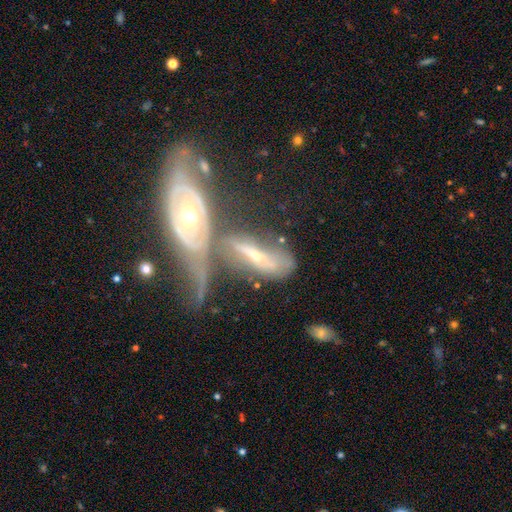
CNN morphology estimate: Smooth or featured? Predicted: featured or disk (p=0.73). Edge-on disk? Predicted: no (p=0.71). Bar? Predicted: no (p=0.53). Spiral arms? Predicted: yes (p=0.62). Bulge size? Predicted: moderate (p=0.55). Merging? Predicted: merger (p=0.46).